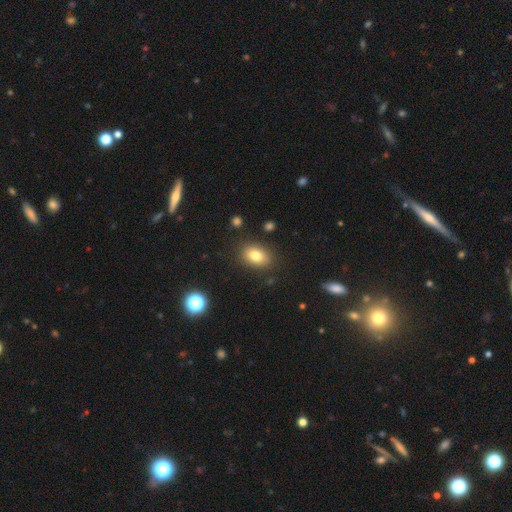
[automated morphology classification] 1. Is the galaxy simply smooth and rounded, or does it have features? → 80% smooth, 10% star or artifact, 10% featured or disk.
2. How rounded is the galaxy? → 79% in between, 20% round, 1% cigar-shaped.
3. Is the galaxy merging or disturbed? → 85% none, 10% minor disturbance, 3% major disturbance, 2% merger.